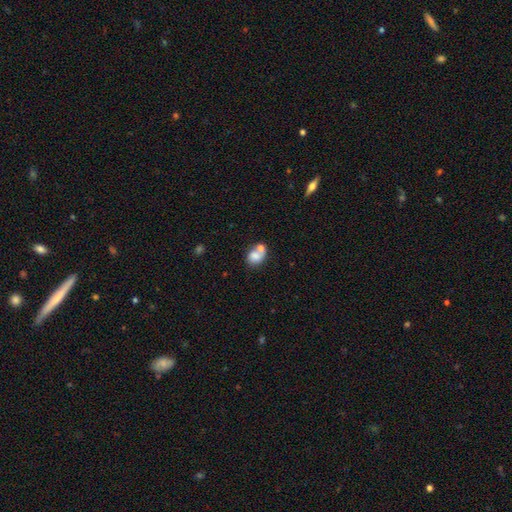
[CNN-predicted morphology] type=smooth (71%); roundness=in between (52%); merging=merger (51%).